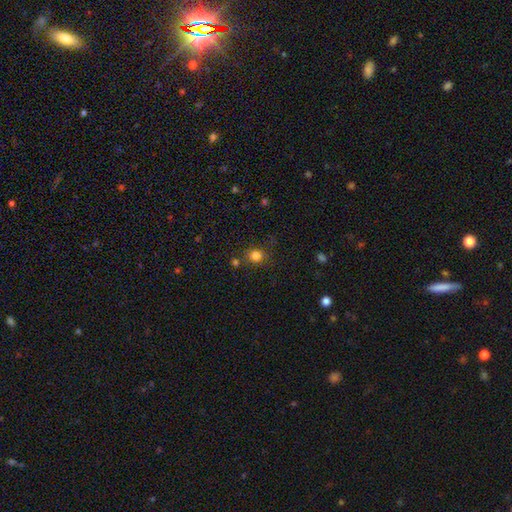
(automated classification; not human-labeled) Overall: smooth (79%). How rounded: round (80%). Merging: none (74%).